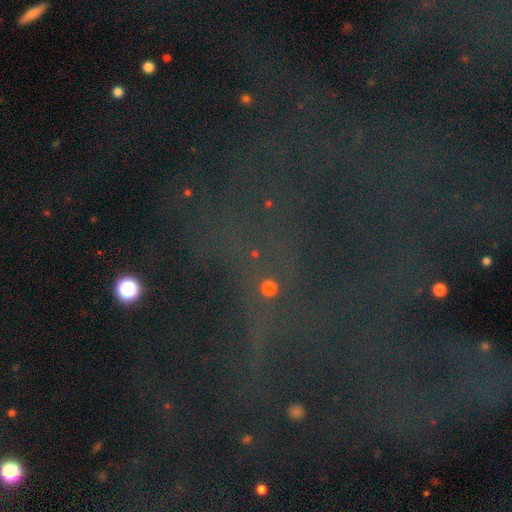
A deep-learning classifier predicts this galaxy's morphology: smooth_or_featured: star or artifact (p=0.77) [alt: featured or disk p=0.12]